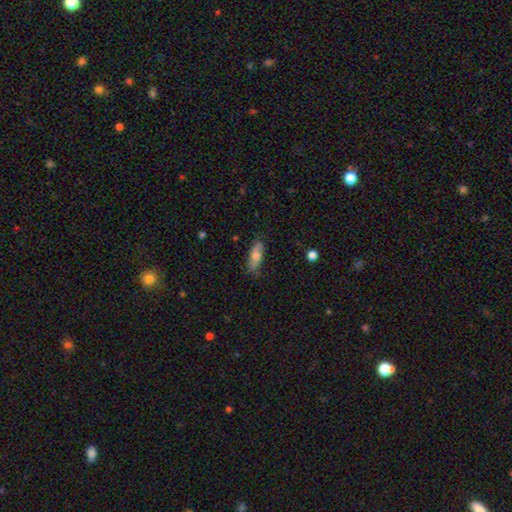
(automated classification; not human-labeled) Q: Smooth or featured?
A: smooth (69%); runner-up: featured or disk (25%)
Q: How rounded?
A: in between (67%); runner-up: cigar-shaped (30%)
Q: Merging?
A: none (78%); runner-up: minor disturbance (17%)